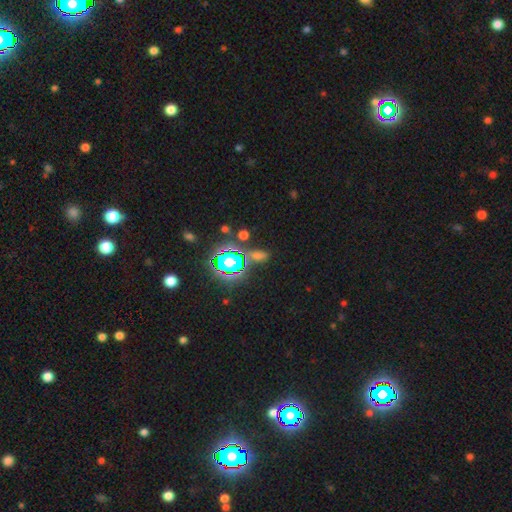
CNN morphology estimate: Smooth or featured?
  - star or artifact: 69% *
  - smooth: 22%
  - featured or disk: 9%